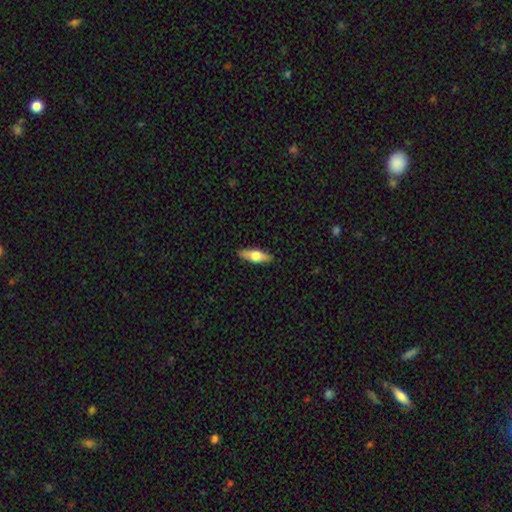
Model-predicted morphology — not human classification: smooth-or-featured: smooth: 51% | featured or disk: 43% | star or artifact: 6%
  how-rounded: in between: 50% | cigar-shaped: 47% | round: 3%
  merging: none: 89% | minor disturbance: 8% | major disturbance: 2% | merger: 1%